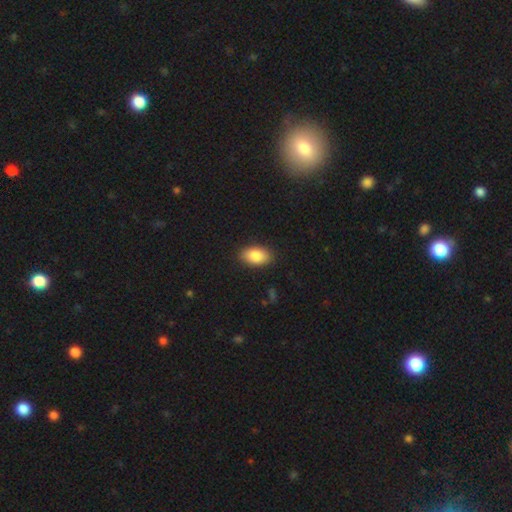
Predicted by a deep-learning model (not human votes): smooth-or-featured: smooth: 86% | star or artifact: 7% | featured or disk: 7%
  how-rounded: in between: 92% | round: 7% | cigar-shaped: 2%
  merging: none: 88% | minor disturbance: 9% | major disturbance: 2% | merger: 1%